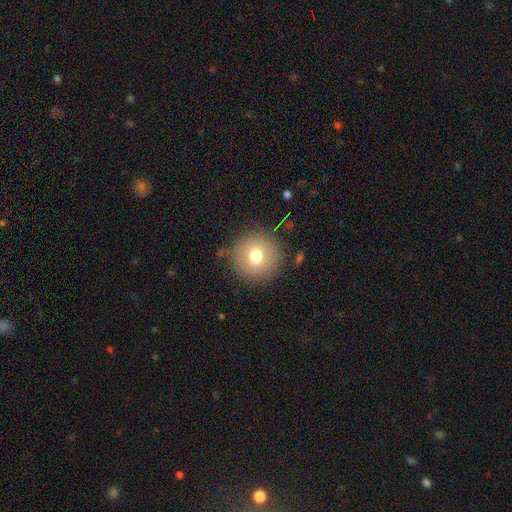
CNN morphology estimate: Q: Smooth or featured?
A: smooth (72%); runner-up: featured or disk (16%)
Q: How rounded?
A: round (94%); runner-up: in between (5%)
Q: Merging?
A: none (84%); runner-up: minor disturbance (10%)